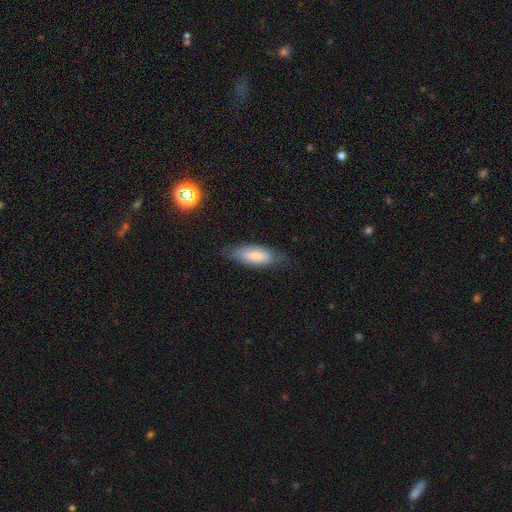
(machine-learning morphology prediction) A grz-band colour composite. It shows a smooth galaxy with no disk features (72%) that is in between round and cigar-shaped (75%). Merging: none (69%).